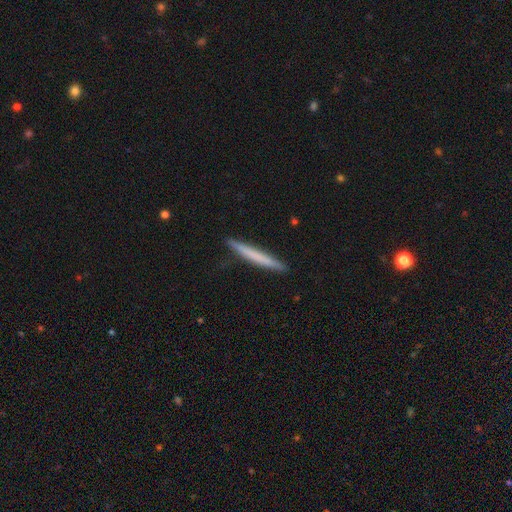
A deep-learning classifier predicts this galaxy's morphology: A smooth galaxy with no disk features (64%) that is cigar-shaped (97%).

Vote fractions:
- Smooth or featured? smooth: 64% / featured or disk: 31% / star or artifact: 5%
- How rounded? cigar-shaped: 97% / in between: 2% / round: 1%
- Merging? none: 90% / minor disturbance: 7% / major disturbance: 1% / merger: 1%